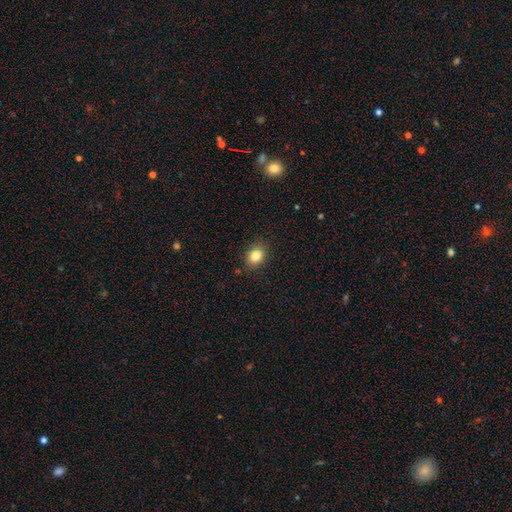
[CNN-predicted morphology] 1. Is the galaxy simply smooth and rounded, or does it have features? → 83% smooth, 11% star or artifact, 7% featured or disk.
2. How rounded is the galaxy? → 52% round, 47% in between, 1% cigar-shaped.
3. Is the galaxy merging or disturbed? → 85% none, 11% minor disturbance, 3% major disturbance, 1% merger.